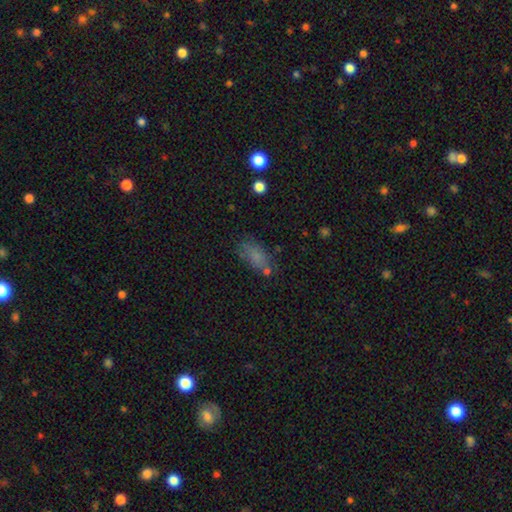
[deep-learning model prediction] This appears to be a smooth galaxy with no disk features (74%) that is in between round and cigar-shaped (86%). Merging: none (61%).